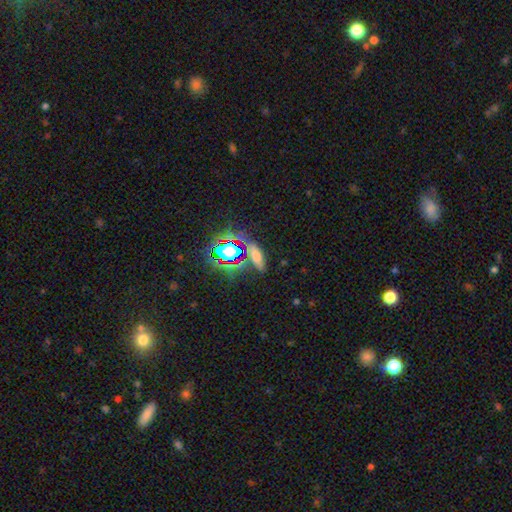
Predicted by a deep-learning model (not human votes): smooth 52%, star or artifact 31%, featured or disk 17%. Down the decision tree: how rounded — in between (50%); merging — none (70%).